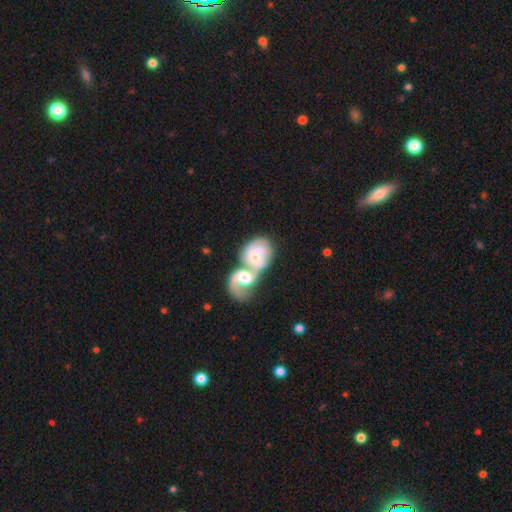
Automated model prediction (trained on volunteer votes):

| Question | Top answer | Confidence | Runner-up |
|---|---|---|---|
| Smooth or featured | featured or disk | 72% | smooth (22%) |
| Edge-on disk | no | 97% | yes (3%) |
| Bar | no | 55% | weak (36%) |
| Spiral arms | yes | 89% | no (11%) |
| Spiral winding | medium | 42% | loose (30%) |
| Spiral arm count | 2 | 58% | can't tell (18%) |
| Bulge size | moderate | 48% | small (32%) |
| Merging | merger | 80% | none (10%) |